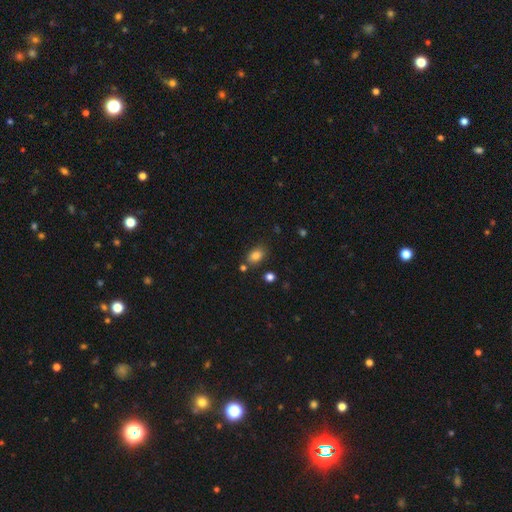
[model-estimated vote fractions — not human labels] The model was most divided on "how rounded": in between: 77%, round: 21%, cigar-shaped: 1%. More confident: smooth or featured — smooth (83%); merging — none (76%).